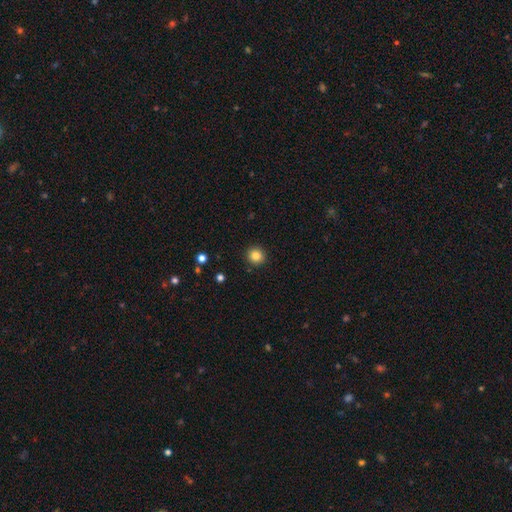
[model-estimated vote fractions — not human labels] smooth 84%, star or artifact 11%, featured or disk 5%. Down the decision tree: how rounded — round (93%); merging — none (92%).